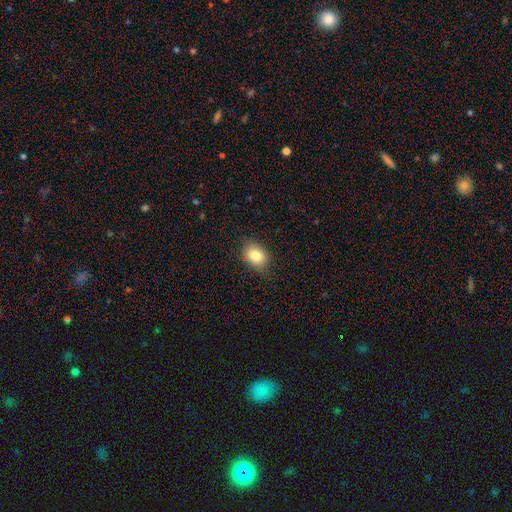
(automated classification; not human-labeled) Smooth or featured?
  - smooth: 83% *
  - star or artifact: 9%
  - featured or disk: 9%
How rounded?
  - in between: 75% *
  - round: 24%
  - cigar-shaped: 1%
Merging?
  - none: 83% *
  - minor disturbance: 14%
  - major disturbance: 3%
  - merger: 1%